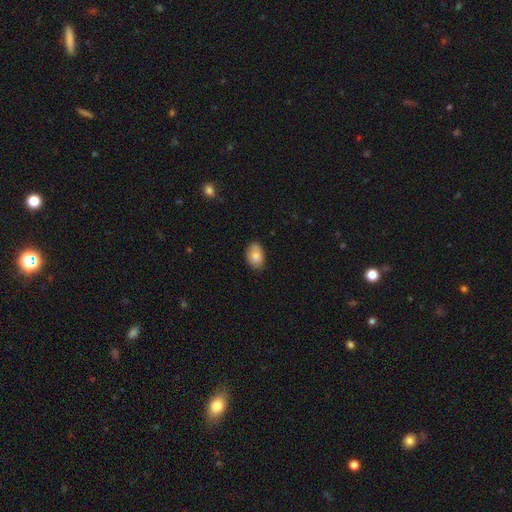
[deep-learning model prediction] Smooth or featured?
  - smooth: 85% *
  - featured or disk: 8%
  - star or artifact: 7%
How rounded?
  - in between: 86% *
  - round: 12%
  - cigar-shaped: 1%
Merging?
  - none: 81% *
  - minor disturbance: 16%
  - major disturbance: 2%
  - merger: 1%